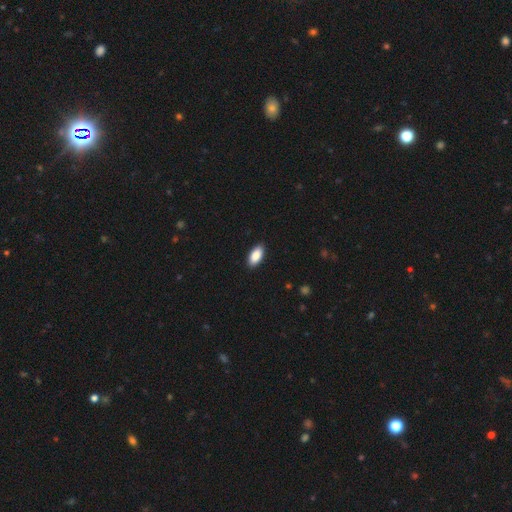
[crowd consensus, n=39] Volunteers were most divided on "smooth or featured": smooth: 90%, star or artifact: 10%, featured or disk: 0%. More confident: how rounded — in between (97%); merging — none (89%).